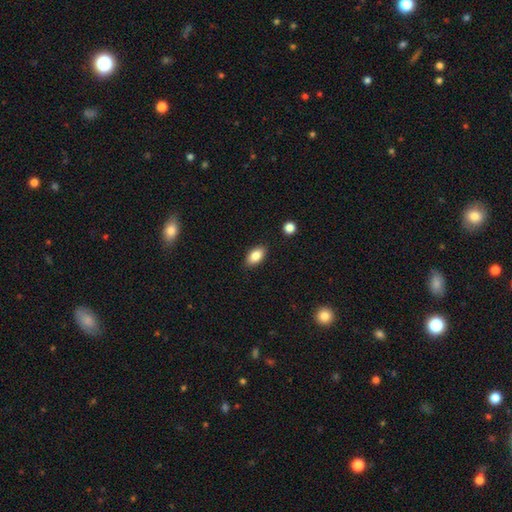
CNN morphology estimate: This appears to be a smooth galaxy with no disk features (85%) that is in between round and cigar-shaped (91%). Merging: none (87%).